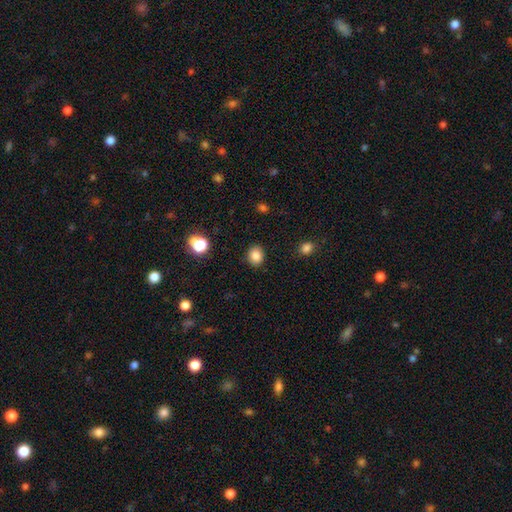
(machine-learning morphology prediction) type=smooth (84%); roundness=round (65%); merging=none (89%).